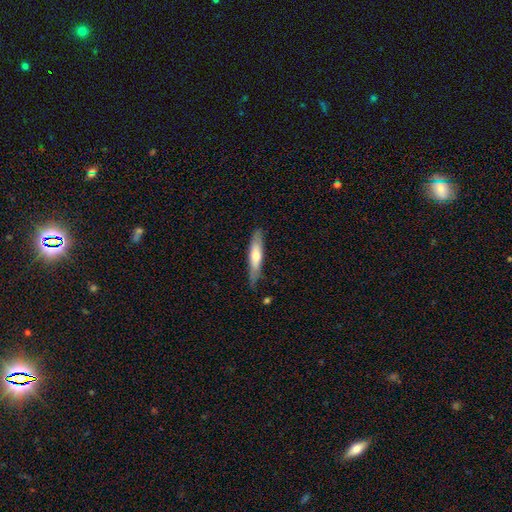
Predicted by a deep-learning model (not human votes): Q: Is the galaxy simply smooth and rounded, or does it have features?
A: smooth — 59%.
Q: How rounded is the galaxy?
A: cigar-shaped — 81%.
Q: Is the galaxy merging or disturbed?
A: none — 74%.